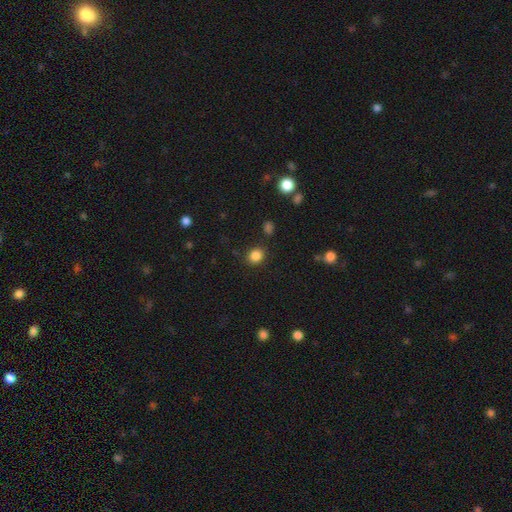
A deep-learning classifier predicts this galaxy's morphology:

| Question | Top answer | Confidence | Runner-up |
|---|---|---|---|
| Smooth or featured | smooth | 85% | star or artifact (11%) |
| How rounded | round | 69% | in between (30%) |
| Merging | none | 85% | minor disturbance (9%) |